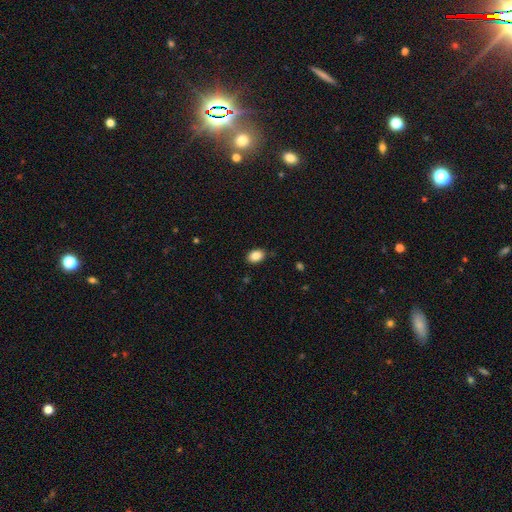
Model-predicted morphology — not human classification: This is clearly a smooth galaxy (86%). How rounded: likely in between (73%). Merging: clearly none (84%).